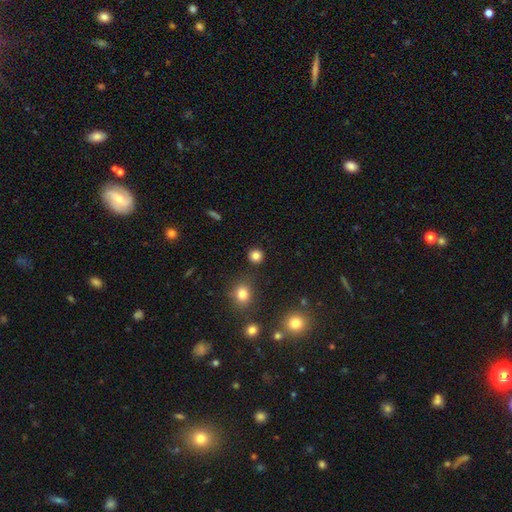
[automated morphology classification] Smooth or featured? smooth (83%)
How rounded? round (92%)
Merging? none (89%)